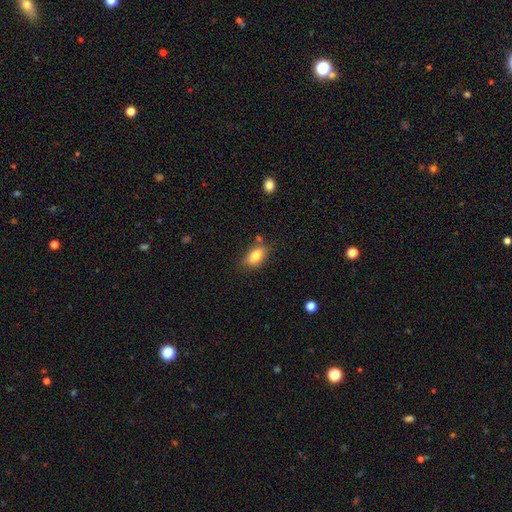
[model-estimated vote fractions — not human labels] smooth 79%, featured or disk 12%, star or artifact 9%. Down the decision tree: how rounded — in between (84%); merging — none (72%).